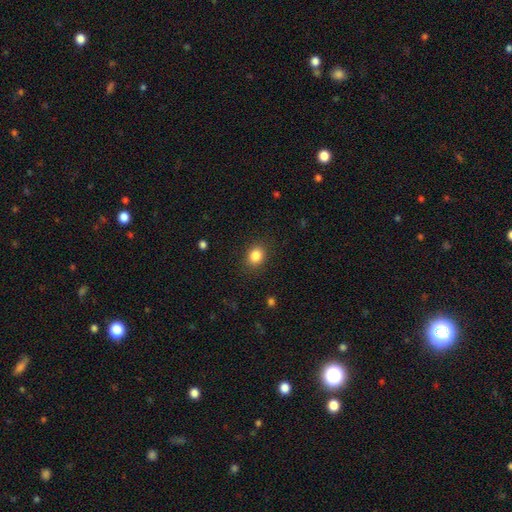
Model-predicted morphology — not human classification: Q: Smooth or featured?
A: smooth (85%); runner-up: star or artifact (10%)
Q: How rounded?
A: round (55%); runner-up: in between (45%)
Q: Merging?
A: none (88%); runner-up: minor disturbance (9%)